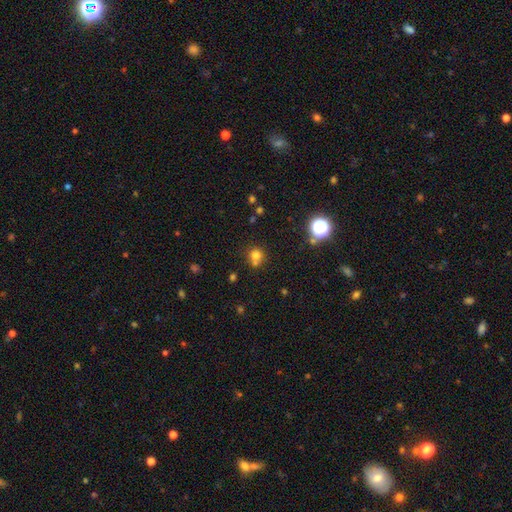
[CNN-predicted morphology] type=smooth (73%); roundness=round (88%); merging=none (57%).